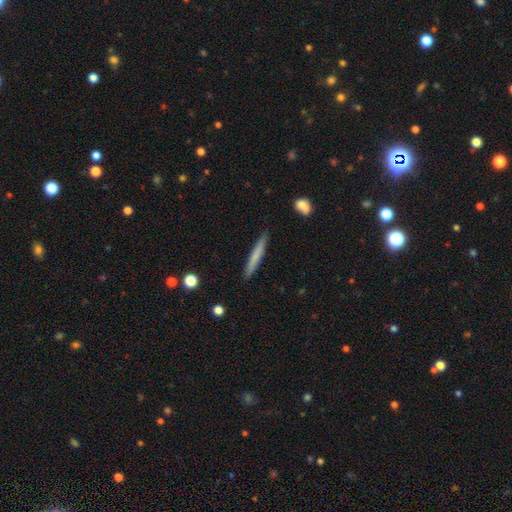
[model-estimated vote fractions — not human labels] This is likely a smooth galaxy (69%). How rounded: clearly cigar-shaped (96%). Merging: clearly none (89%).